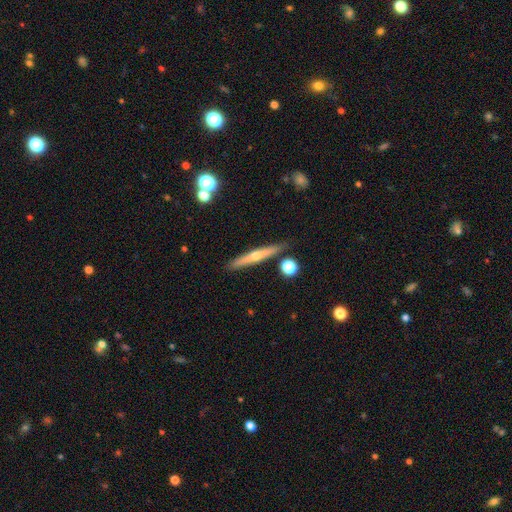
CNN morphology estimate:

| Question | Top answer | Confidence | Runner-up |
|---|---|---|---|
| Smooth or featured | featured or disk | 59% | smooth (34%) |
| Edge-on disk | yes | 96% | no (4%) |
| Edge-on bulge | rounded | 80% | none (17%) |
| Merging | none | 87% | minor disturbance (8%) |